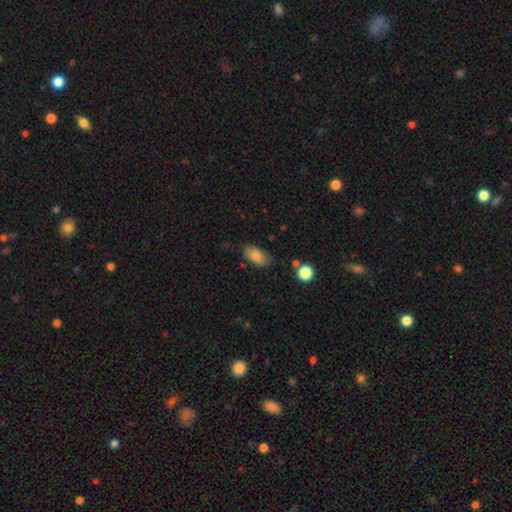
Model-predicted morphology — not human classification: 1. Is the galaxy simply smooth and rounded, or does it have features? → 81% smooth, 11% featured or disk, 8% star or artifact.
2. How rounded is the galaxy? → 92% in between, 5% round, 4% cigar-shaped.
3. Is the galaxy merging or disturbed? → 76% none, 17% minor disturbance, 4% major disturbance, 3% merger.